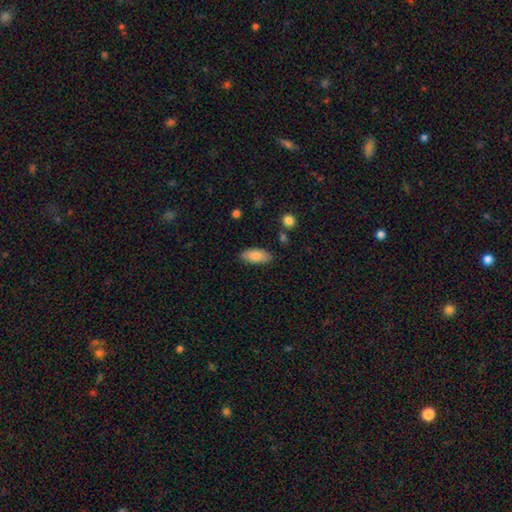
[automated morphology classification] This is clearly a smooth galaxy (85%). How rounded: clearly in between (87%). Merging: clearly none (84%).